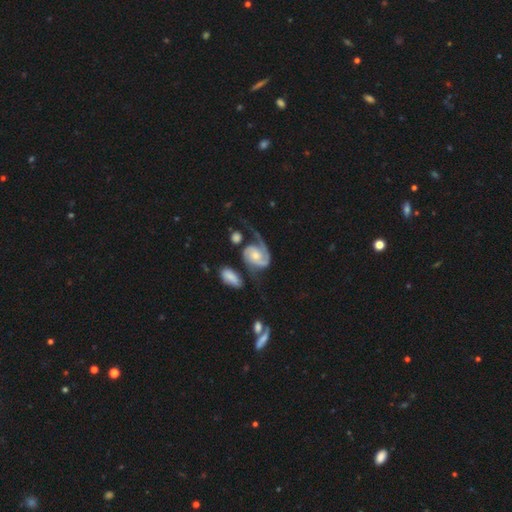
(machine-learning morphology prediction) Q: Smooth or featured?
A: featured or disk (89%); runner-up: smooth (7%)
Q: Edge-on disk?
A: no (98%); runner-up: yes (2%)
Q: Bar?
A: no (64%); runner-up: weak (28%)
Q: Spiral arms?
A: yes (97%); runner-up: no (3%)
Q: Spiral winding?
A: medium (46%); runner-up: loose (28%)
Q: Spiral arm count?
A: 2 (80%); runner-up: 1 (13%)
Q: Bulge size?
A: moderate (48%); runner-up: small (39%)
Q: Merging?
A: none (40%); runner-up: major disturbance (28%)